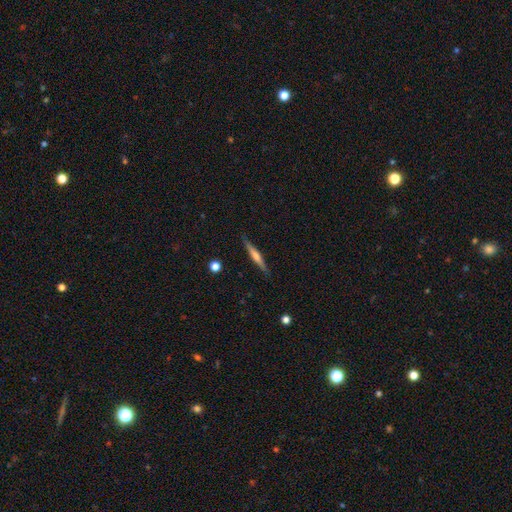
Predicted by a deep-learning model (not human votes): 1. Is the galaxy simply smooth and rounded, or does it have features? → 57% featured or disk, 37% smooth, 6% star or artifact.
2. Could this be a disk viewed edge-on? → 97% yes, 3% no.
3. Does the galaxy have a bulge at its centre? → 64% rounded, 24% none, 12% boxy.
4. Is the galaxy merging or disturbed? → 89% none, 9% minor disturbance, 2% major disturbance, 1% merger.